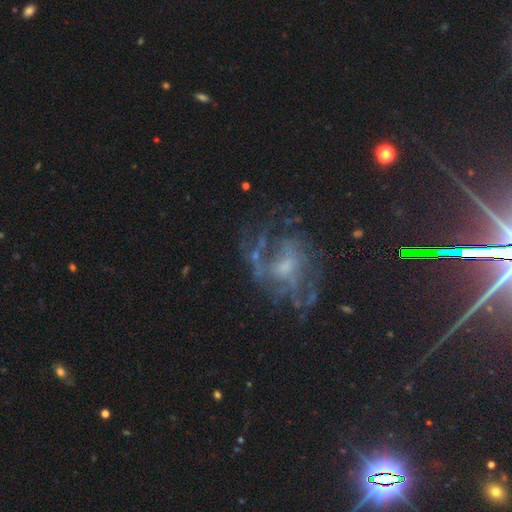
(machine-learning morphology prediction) This is likely a featured or disk galaxy (76%). It is clearly not viewed edge-on (97%). Bar: possibly no (58%). Spiral arm pattern: likely yes (70%). Spiral arm count: marginally can't tell (44%). Spiral winding: marginally medium (40%). Central bulge: marginally small (41%). Merging: possibly none (53%).